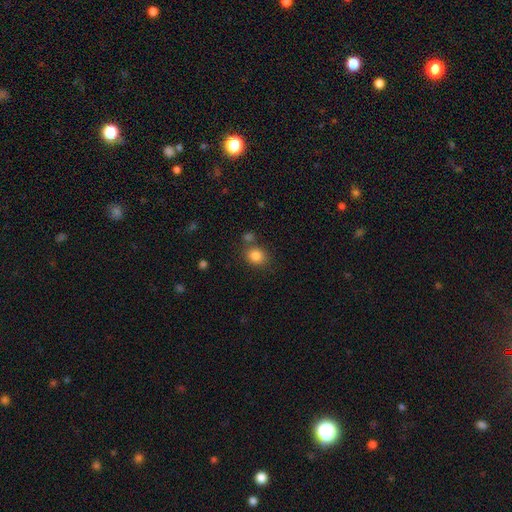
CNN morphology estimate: Smooth or featured?
  - smooth: 83% *
  - star or artifact: 11%
  - featured or disk: 6%
How rounded?
  - round: 70% *
  - in between: 29%
  - cigar-shaped: 1%
Merging?
  - none: 73% *
  - merger: 12%
  - minor disturbance: 11%
  - major disturbance: 4%